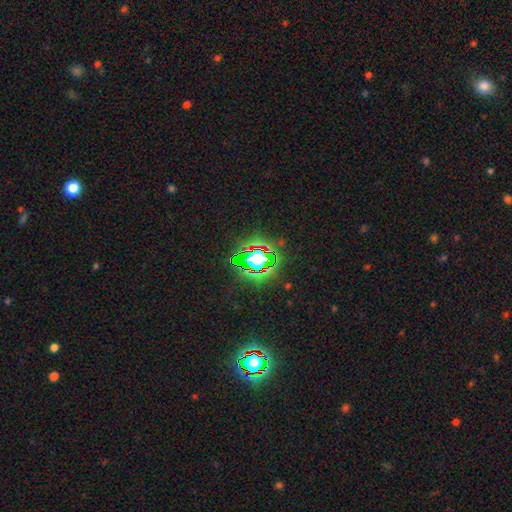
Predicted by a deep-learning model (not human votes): smooth_or_featured: star or artifact (p=0.81) [alt: smooth p=0.11]